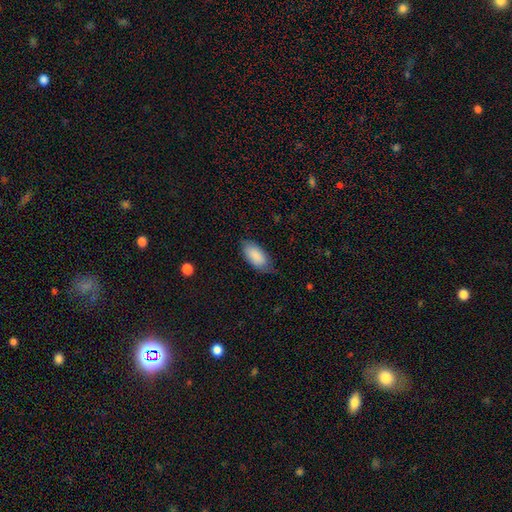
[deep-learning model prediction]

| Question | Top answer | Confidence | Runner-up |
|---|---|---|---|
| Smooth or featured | smooth | 88% | featured or disk (6%) |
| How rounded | in between | 92% | cigar-shaped (6%) |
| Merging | none | 70% | minor disturbance (24%) |